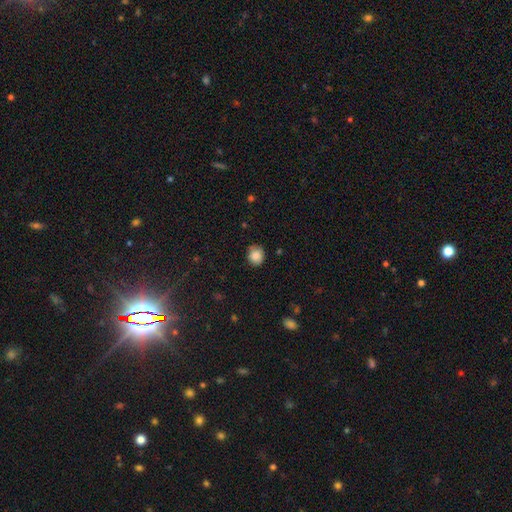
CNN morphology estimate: A smooth galaxy with no disk features (85%) that is round (77%). Merging: none (79%).